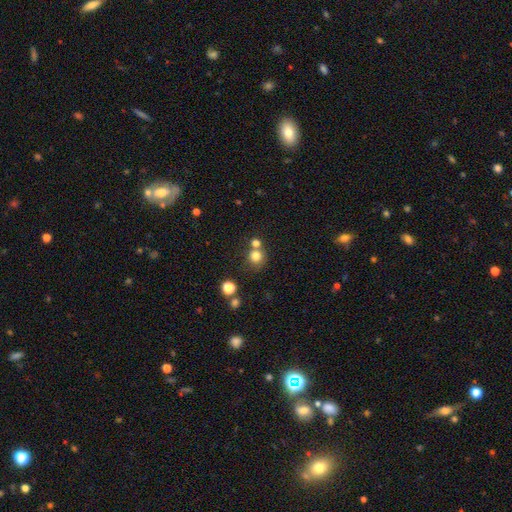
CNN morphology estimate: smooth_or_featured: smooth (p=0.78) [alt: star or artifact p=0.14]
how_rounded: round (p=0.89) [alt: in between p=0.10]
merging: none (p=0.59) [alt: merger p=0.28]